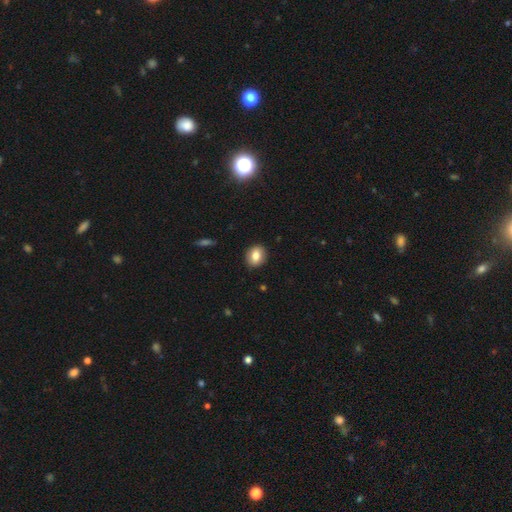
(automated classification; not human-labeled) Smooth or featured? smooth (80%)
How rounded? round (51%)
Merging? none (89%)